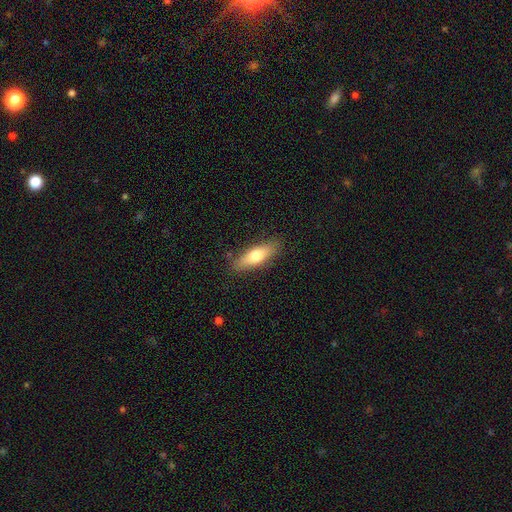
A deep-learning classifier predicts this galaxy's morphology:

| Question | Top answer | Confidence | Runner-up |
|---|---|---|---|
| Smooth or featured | smooth | 67% | featured or disk (27%) |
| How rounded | cigar-shaped | 52% | in between (45%) |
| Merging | none | 85% | minor disturbance (11%) |